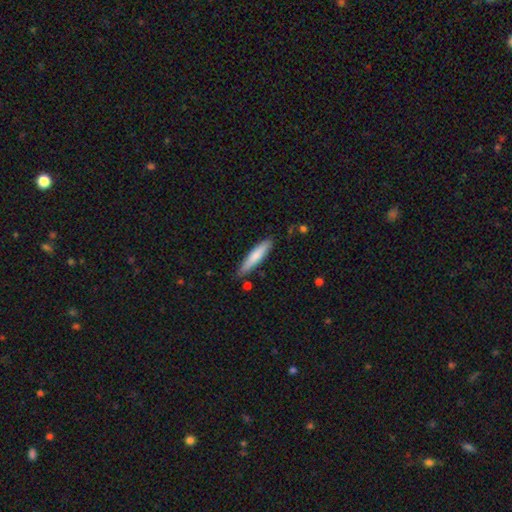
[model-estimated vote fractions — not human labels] smooth_or_featured: smooth (p=0.75) [alt: featured or disk p=0.19]
how_rounded: cigar-shaped (p=0.84) [alt: in between p=0.15]
merging: none (p=0.83) [alt: minor disturbance p=0.12]